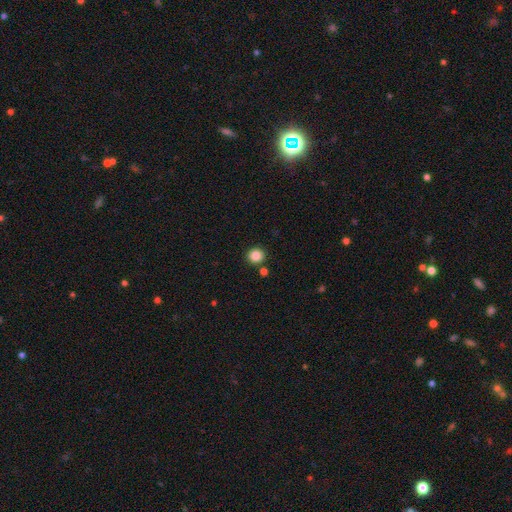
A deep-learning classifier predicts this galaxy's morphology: Smooth or featured? smooth (86%)
How rounded? round (92%)
Merging? none (87%)